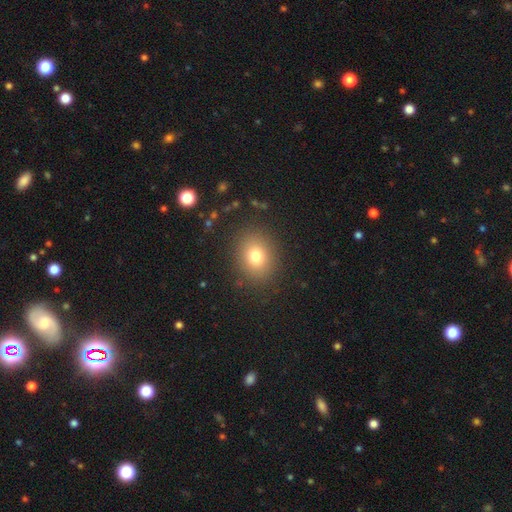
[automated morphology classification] Smooth or featured? smooth (77%)
How rounded? round (60%)
Merging? none (87%)